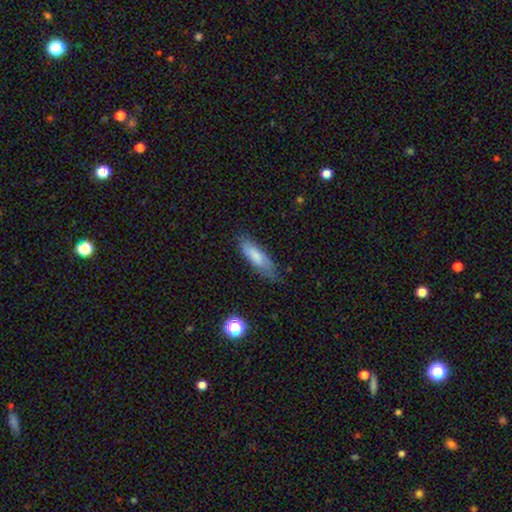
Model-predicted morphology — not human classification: Smooth or featured? smooth (77%)
How rounded? cigar-shaped (53%)
Merging? none (71%)